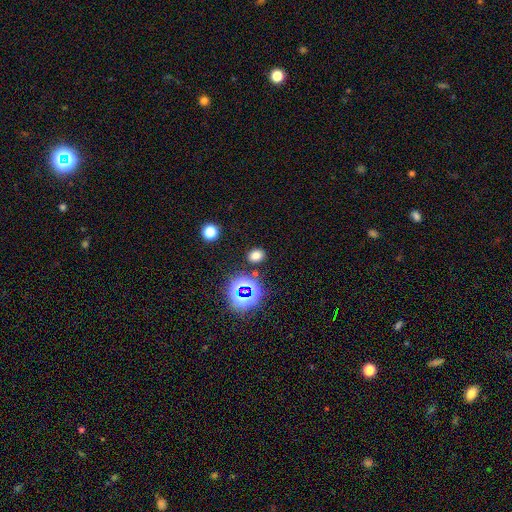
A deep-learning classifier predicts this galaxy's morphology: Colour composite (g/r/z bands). It shows a smooth galaxy with no disk features (70%) that is in between round and cigar-shaped (51%). Merging: none (85%).